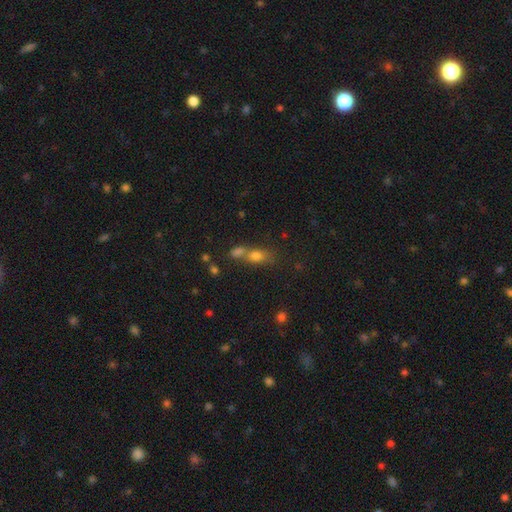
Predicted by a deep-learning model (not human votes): A smooth galaxy with no disk features (69%) that is in between round and cigar-shaped (64%).

Vote fractions:
- Smooth or featured? smooth: 69% / star or artifact: 18% / featured or disk: 14%
- How rounded? in between: 64% / round: 25% / cigar-shaped: 11%
- Merging? merger: 52% / none: 33% / minor disturbance: 10% / major disturbance: 6%